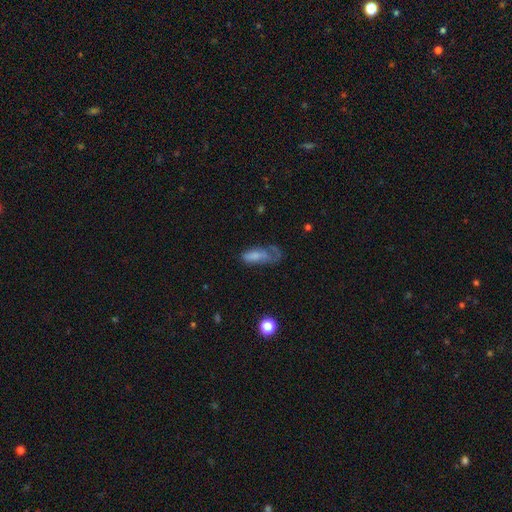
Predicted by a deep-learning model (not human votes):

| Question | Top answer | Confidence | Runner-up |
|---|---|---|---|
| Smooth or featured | smooth | 62% | featured or disk (28%) |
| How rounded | in between | 77% | cigar-shaped (19%) |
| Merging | major disturbance | 45% | none (25%) |